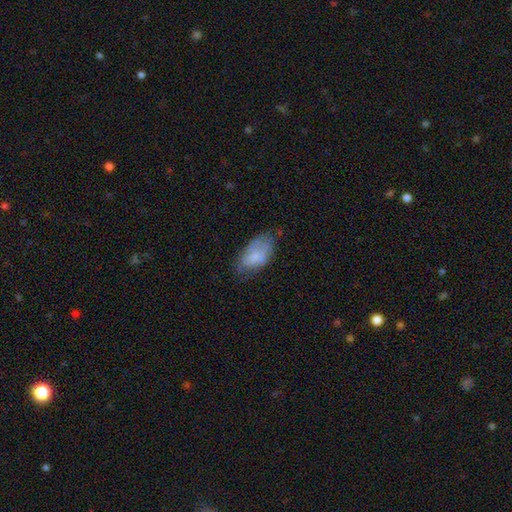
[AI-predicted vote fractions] Q: Smooth or featured?
A: smooth (68%); runner-up: featured or disk (24%)
Q: How rounded?
A: in between (94%); runner-up: round (4%)
Q: Merging?
A: none (51%); runner-up: minor disturbance (33%)